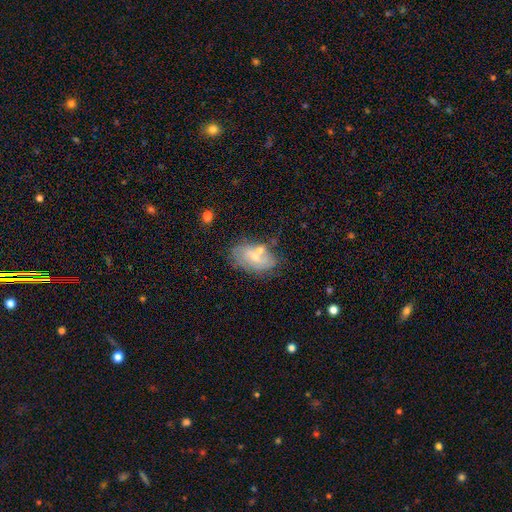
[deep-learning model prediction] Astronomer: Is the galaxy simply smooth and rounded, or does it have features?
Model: featured or disk — 57% (runner-up: smooth, 34%).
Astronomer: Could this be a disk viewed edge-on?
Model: no — 95%.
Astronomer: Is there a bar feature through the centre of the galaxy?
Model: no — 49% (runner-up: weak, 40%).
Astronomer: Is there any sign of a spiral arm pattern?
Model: yes — 67%.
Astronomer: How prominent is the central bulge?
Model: small — 57% (runner-up: moderate, 37%).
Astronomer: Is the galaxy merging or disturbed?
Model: none — 53%.